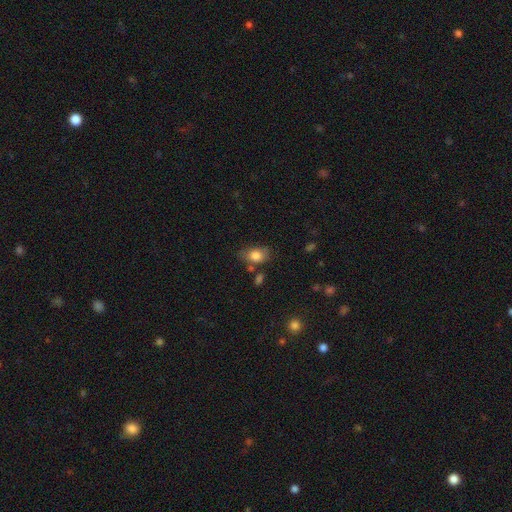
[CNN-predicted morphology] Smooth or featured? Predicted: smooth (p=0.82). How rounded? Predicted: in between (p=0.79). Merging? Predicted: none (p=0.66).